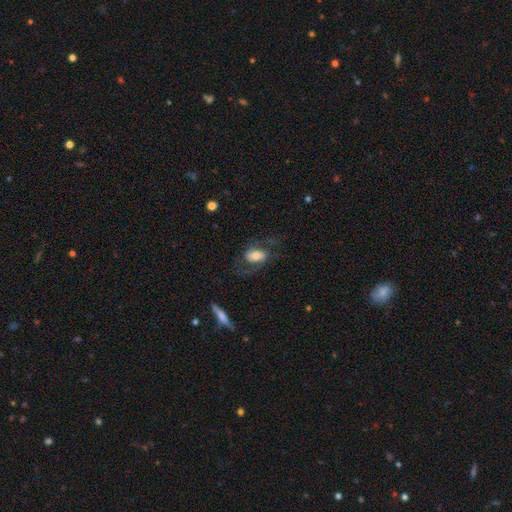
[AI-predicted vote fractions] This appears to be a featured or disk galaxy (65%) with no bar (39%), 2 (88%) medium (46%) spiral arms (89%) and a moderate central bulge (49%). Merging: none (62%).